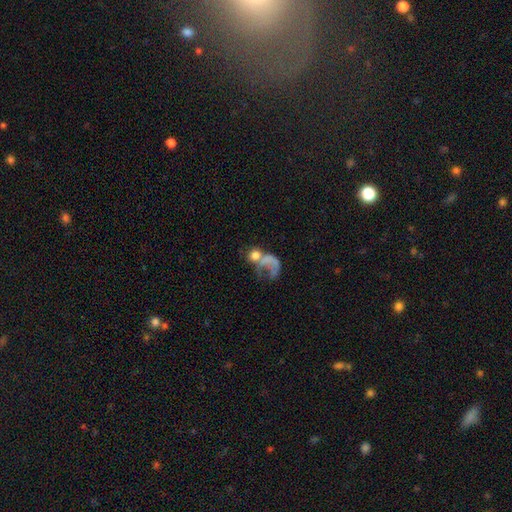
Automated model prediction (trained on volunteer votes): The model was most divided on "merging": major disturbance: 39%, merger: 34%, none: 18%, minor disturbance: 9%. More confident: how rounded — round (54%); smooth or featured — smooth (52%).